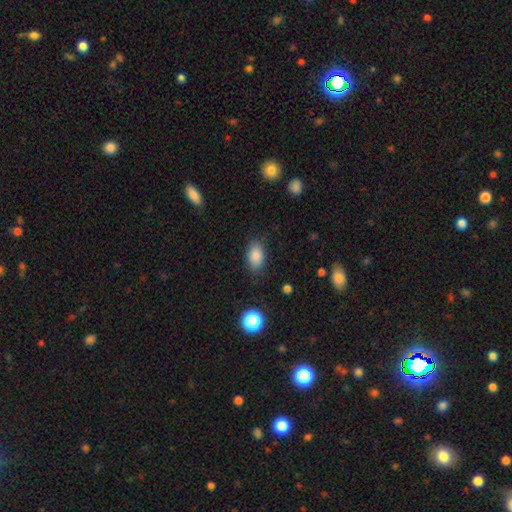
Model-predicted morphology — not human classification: Smooth or featured: smooth — 86% (star or artifact — 9%)
How rounded: in between — 88% (round — 11%)
Merging: none — 80% (minor disturbance — 14%)